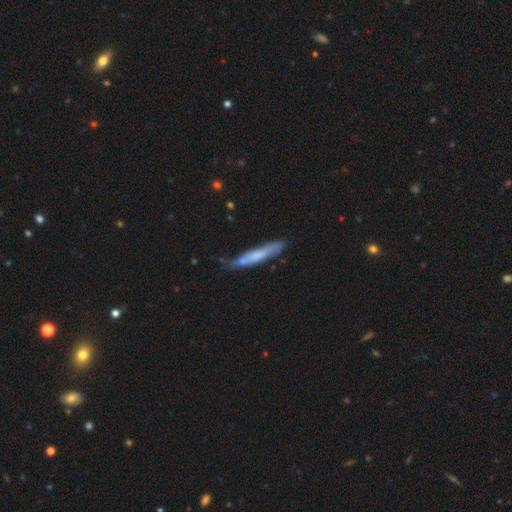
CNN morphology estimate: A smooth galaxy with no disk features (57%) that is cigar-shaped (93%).

Vote fractions:
- Smooth or featured? smooth: 57% / featured or disk: 36% / star or artifact: 7%
- How rounded? cigar-shaped: 93% / in between: 6% / round: 1%
- Merging? none: 66% / minor disturbance: 24% / major disturbance: 6% / merger: 4%